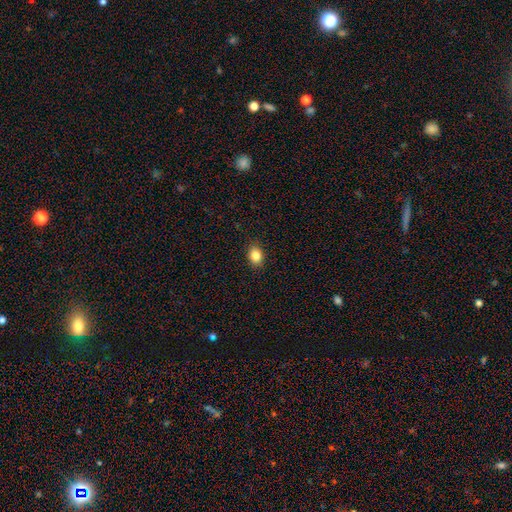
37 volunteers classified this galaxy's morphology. Smooth or featured: smooth — 97% (star or artifact — 3%)
How rounded: round — 50% (tied with in between — 50%)
Merging: none — 89% (minor disturbance — 8%)